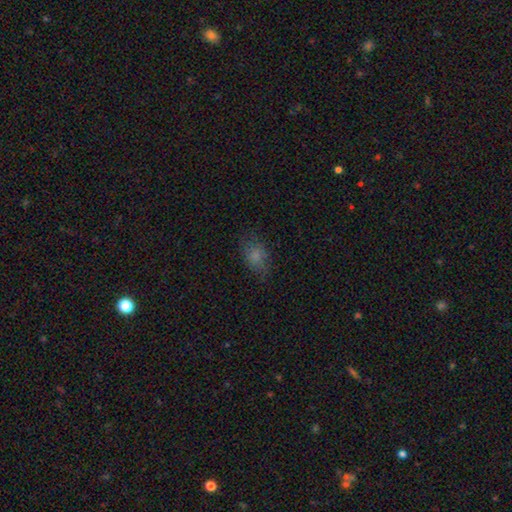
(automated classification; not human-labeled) The model was most divided on "merging": none: 72%, minor disturbance: 19%, major disturbance: 7%, merger: 1%. More confident: smooth or featured — smooth (77%); how rounded — in between (75%).